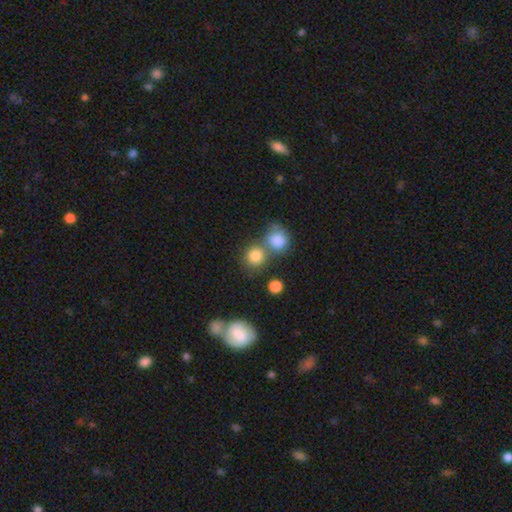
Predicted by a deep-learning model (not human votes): A smooth galaxy with no disk features (81%) that is round (84%).

Vote fractions:
- Smooth or featured? smooth: 81% / star or artifact: 11% / featured or disk: 8%
- How rounded? round: 84% / in between: 15% / cigar-shaped: 1%
- Merging? none: 49% / merger: 39% / minor disturbance: 9% / major disturbance: 4%